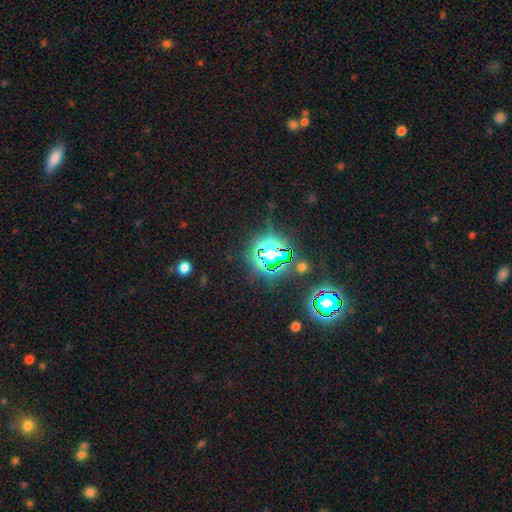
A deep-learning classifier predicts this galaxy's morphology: Overall: star or artifact (75%).